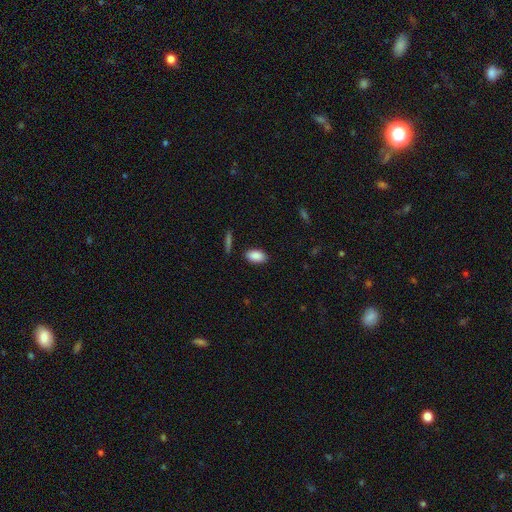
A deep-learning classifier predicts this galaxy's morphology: smooth 89%, star or artifact 7%, featured or disk 5%. Down the decision tree: how rounded — in between (92%); merging — none (86%).